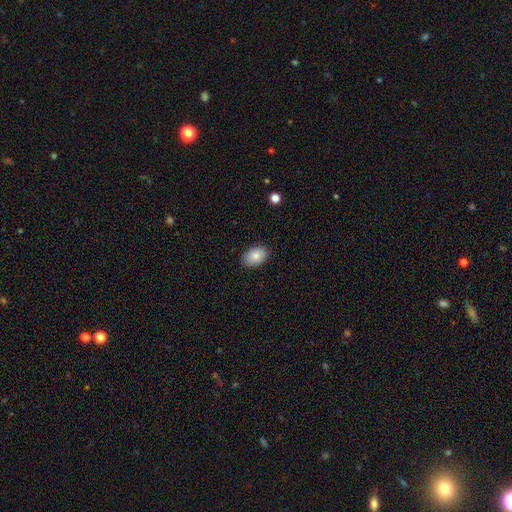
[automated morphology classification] type=smooth (84%); roundness=in between (86%); merging=none (86%).